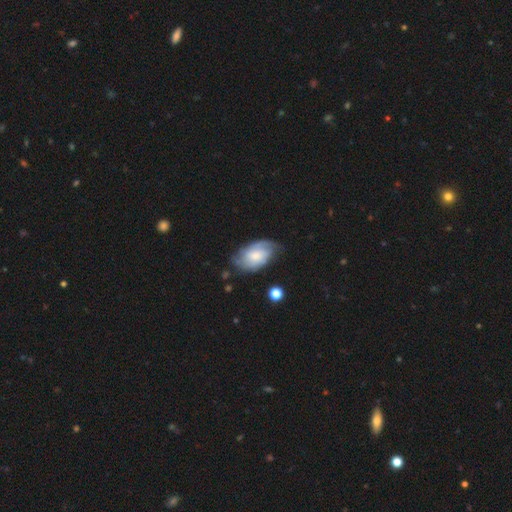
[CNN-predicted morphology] Smooth or featured: featured or disk — 57% (smooth — 36%)
Edge-on disk: no — 95% (yes — 5%)
Bar: no — 62% (weak — 33%)
Spiral arms: yes — 86% (no — 14%)
Bulge size: small — 41% (moderate — 40%)
Merging: none — 61% (minor disturbance — 27%)